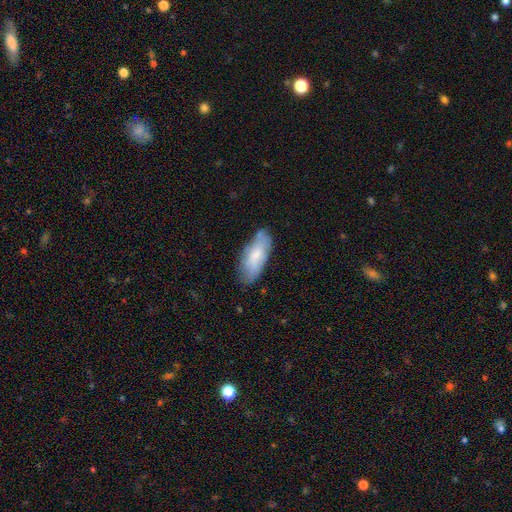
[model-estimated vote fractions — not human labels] smooth_or_featured: smooth (p=0.72) [alt: featured or disk p=0.22]
how_rounded: in between (p=0.82) [alt: cigar-shaped p=0.16]
merging: none (p=0.68) [alt: minor disturbance p=0.24]